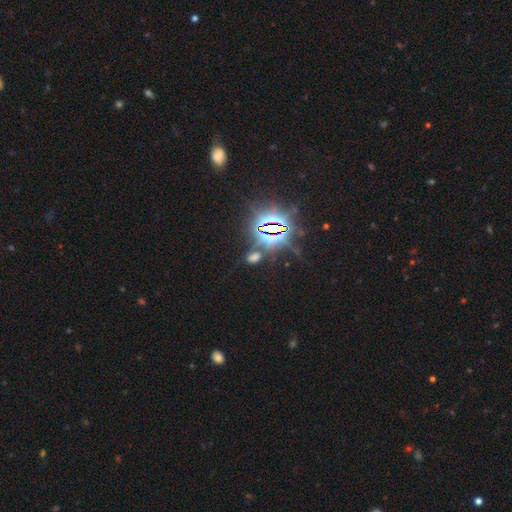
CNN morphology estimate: type=star or artifact (82%).